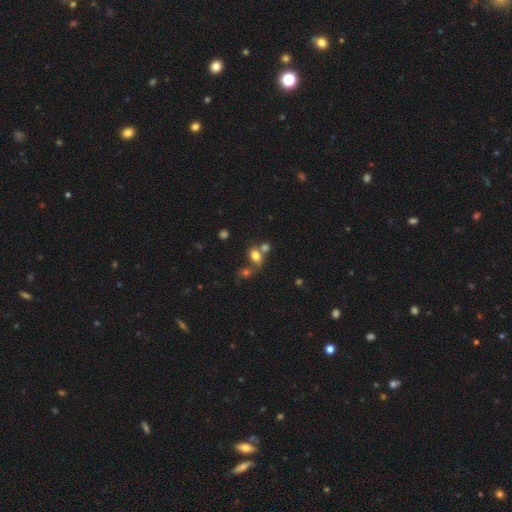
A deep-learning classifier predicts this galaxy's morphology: smooth 75%, star or artifact 15%, featured or disk 11%. Down the decision tree: how rounded — in between (53%); merging — none (44%).